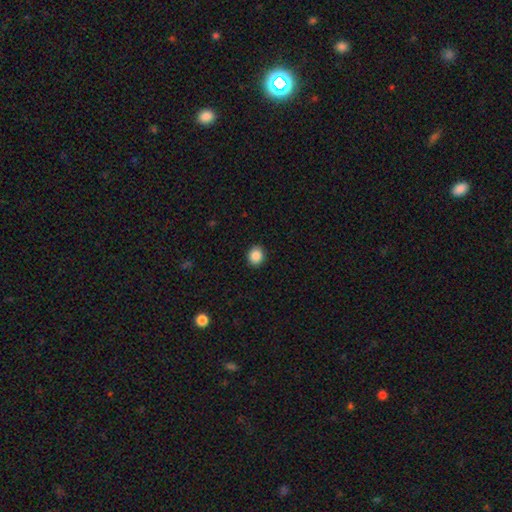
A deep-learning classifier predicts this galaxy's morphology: Smooth or featured?
  - smooth: 87% *
  - star or artifact: 9%
  - featured or disk: 4%
How rounded?
  - round: 72% *
  - in between: 27%
  - cigar-shaped: 1%
Merging?
  - none: 92% *
  - minor disturbance: 6%
  - major disturbance: 2%
  - merger: 1%